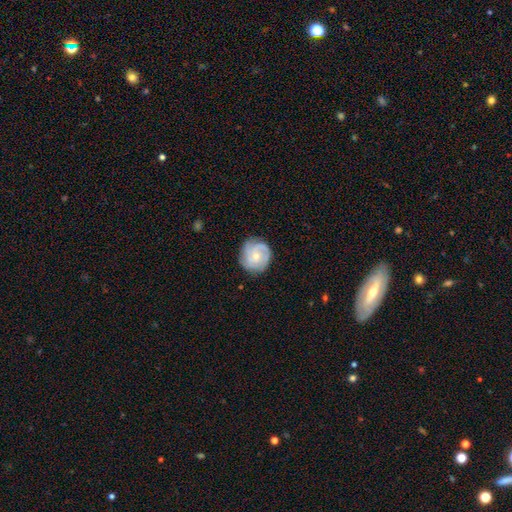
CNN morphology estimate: smooth_or_featured: featured or disk (p=0.75) [alt: smooth p=0.19]
disk_edge_on: no (p=0.98) [alt: yes p=0.02]
bar: no (p=0.74) [alt: weak p=0.23]
has_spiral_arms: yes (p=0.95) [alt: no p=0.05]
spiral_winding: tight (p=0.56) [alt: medium p=0.36]
spiral_arm_count: 3 (p=0.46) [alt: 2 p=0.18]
bulge_size: small (p=0.62) [alt: moderate p=0.34]
merging: none (p=0.79) [alt: minor disturbance p=0.15]